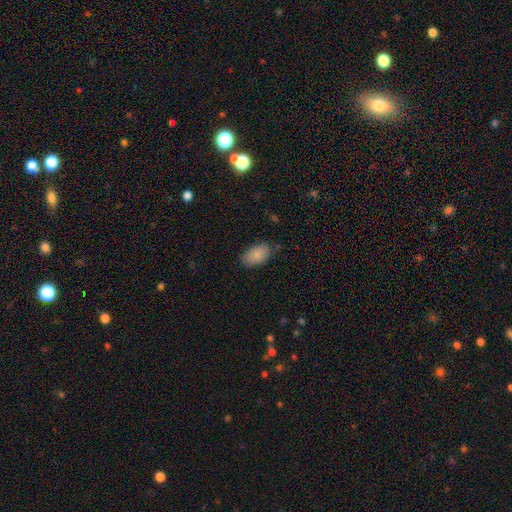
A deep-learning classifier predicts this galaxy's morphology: Q: Smooth or featured?
A: smooth (88%); runner-up: star or artifact (7%)
Q: How rounded?
A: in between (94%); runner-up: round (4%)
Q: Merging?
A: none (82%); runner-up: minor disturbance (14%)